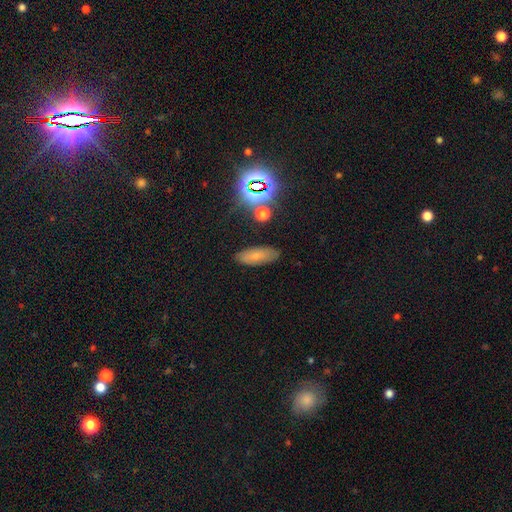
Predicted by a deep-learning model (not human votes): Smooth or featured: smooth — 66% (star or artifact — 19%)
How rounded: in between — 73% (cigar-shaped — 22%)
Merging: none — 84% (minor disturbance — 11%)